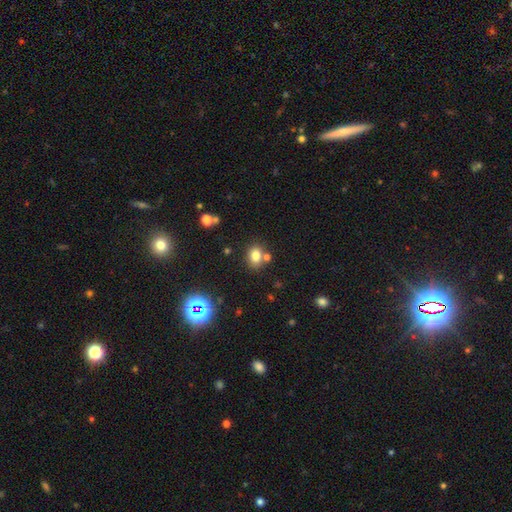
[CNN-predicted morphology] A smooth galaxy with no disk features (78%) that is in between round and cigar-shaped (62%). Merging: none (68%).